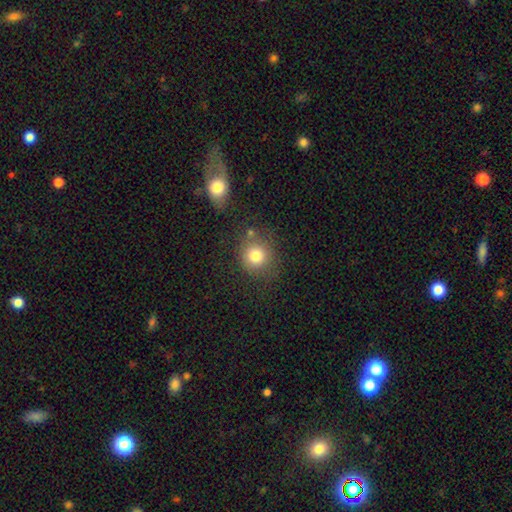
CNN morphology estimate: smooth 80%, star or artifact 12%, featured or disk 8%. Down the decision tree: how rounded — round (86%); merging — none (72%).